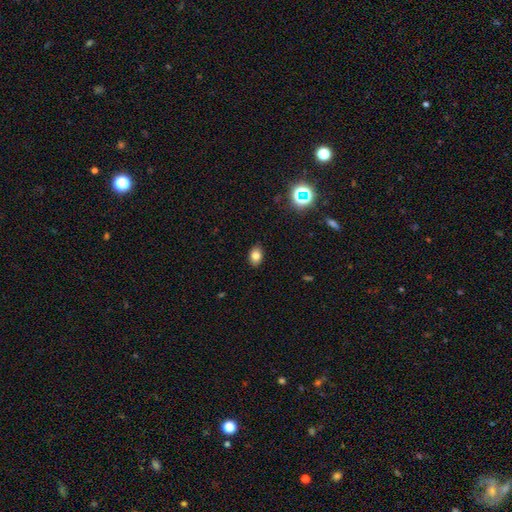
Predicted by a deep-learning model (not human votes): Smooth or featured: smooth — 81% (star or artifact — 11%)
How rounded: in between — 72% (round — 27%)
Merging: none — 88% (minor disturbance — 9%)